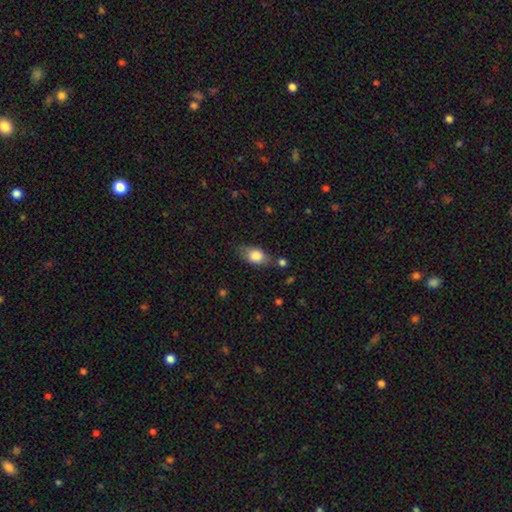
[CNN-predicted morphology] This is likely a smooth galaxy (77%). How rounded: clearly in between (82%). Merging: likely none (69%).